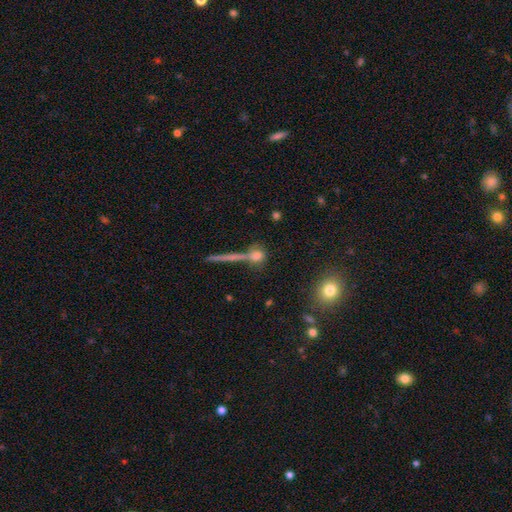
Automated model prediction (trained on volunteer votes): Smooth or featured? smooth (68%)
How rounded? round (66%)
Merging? none (61%)